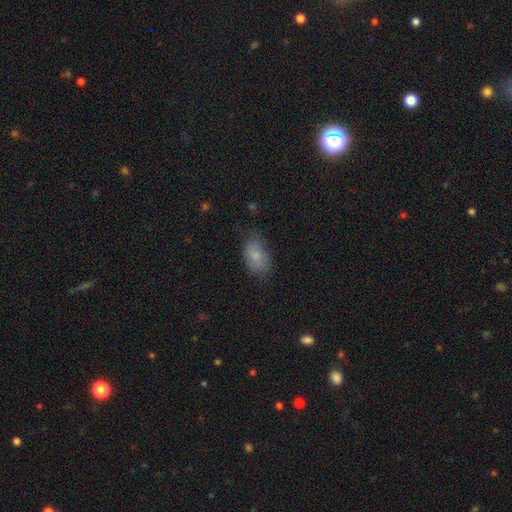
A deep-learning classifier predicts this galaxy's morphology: smooth_or_featured: smooth (p=0.80) [alt: featured or disk p=0.12]
how_rounded: in between (p=0.91) [alt: round p=0.07]
merging: none (p=0.64) [alt: minor disturbance p=0.27]